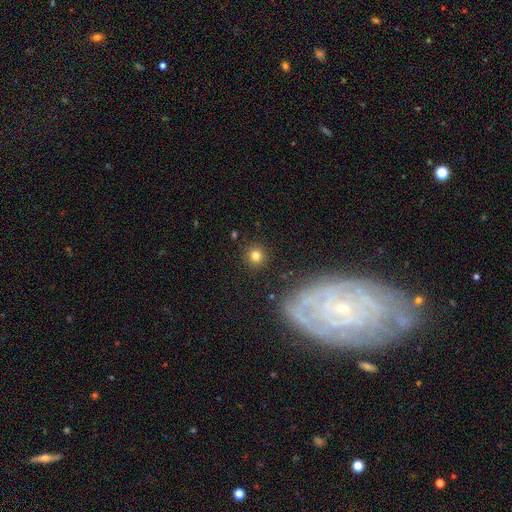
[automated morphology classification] A smooth galaxy with no disk features (78%) that is round (94%).

Vote fractions:
- Smooth or featured? smooth: 78% / star or artifact: 14% / featured or disk: 8%
- How rounded? round: 94% / in between: 5% / cigar-shaped: 1%
- Merging? none: 90% / minor disturbance: 6% / major disturbance: 2% / merger: 2%